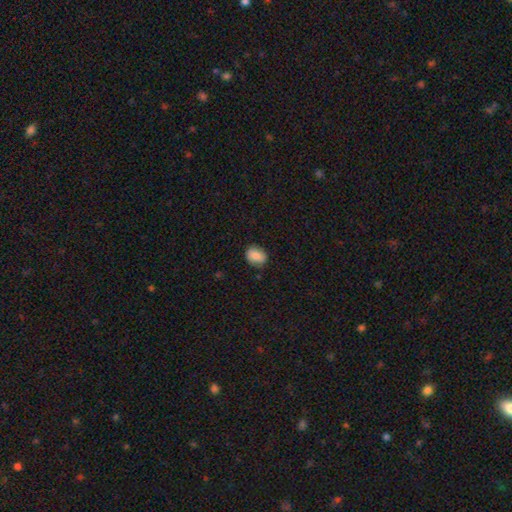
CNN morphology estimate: Overall: smooth (83%). How rounded: in between (59%; round 40%). Merging: none (79%).